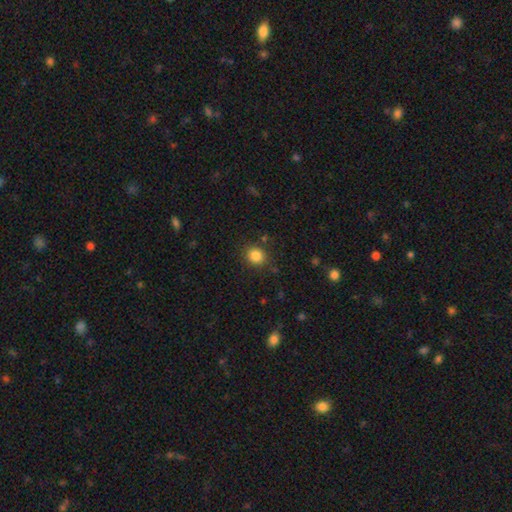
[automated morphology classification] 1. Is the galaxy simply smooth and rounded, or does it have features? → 84% smooth, 11% star or artifact, 4% featured or disk.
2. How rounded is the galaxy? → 79% round, 20% in between, 1% cigar-shaped.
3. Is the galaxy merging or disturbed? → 85% none, 9% minor disturbance, 3% major disturbance, 2% merger.